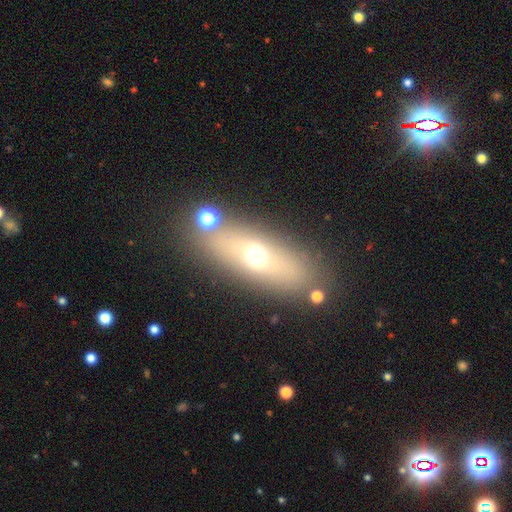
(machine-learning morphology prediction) This is possibly a smooth galaxy (55%). How rounded: possibly in between (57%). Merging: likely none (79%).